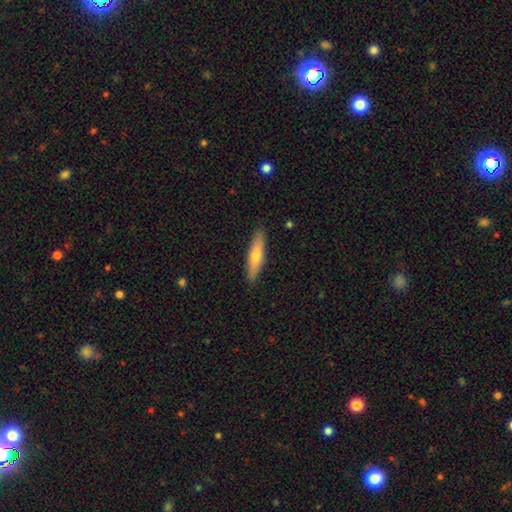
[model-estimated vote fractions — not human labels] smooth-or-featured: smooth: 55% | featured or disk: 39% | star or artifact: 6%
  how-rounded: cigar-shaped: 84% | in between: 15% | round: 2%
  merging: none: 90% | minor disturbance: 8% | major disturbance: 2% | merger: 1%